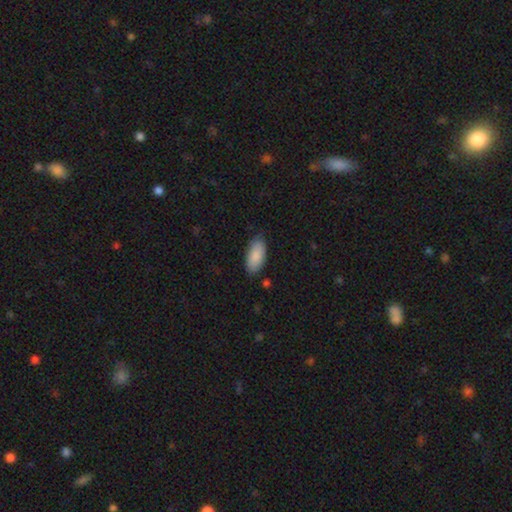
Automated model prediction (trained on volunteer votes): Morphology: type=smooth (87%); roundness=in between (90%); merging=none (77%).